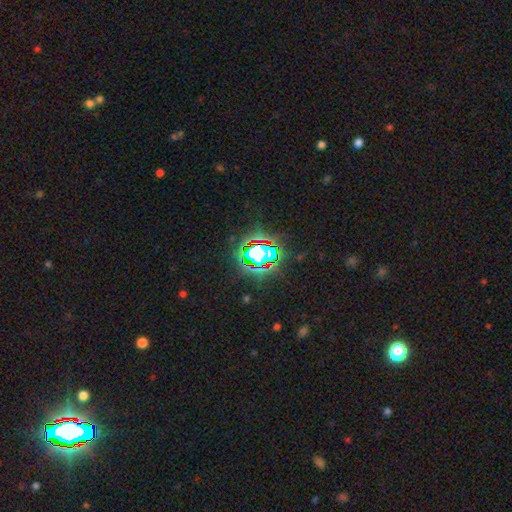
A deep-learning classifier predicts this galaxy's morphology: A star or artifact, not a galaxy (82%).